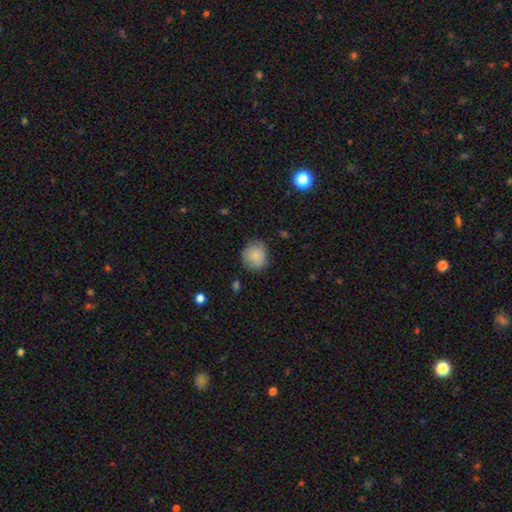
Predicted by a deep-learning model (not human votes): This is clearly a smooth galaxy (86%). How rounded: clearly round (82%). Merging: likely none (78%).